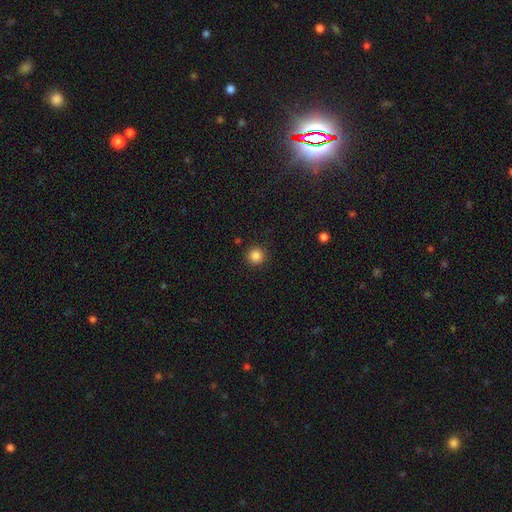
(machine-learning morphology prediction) Smooth or featured? Predicted: smooth (p=0.85). How rounded? Predicted: round (p=0.95). Merging? Predicted: none (p=0.91).